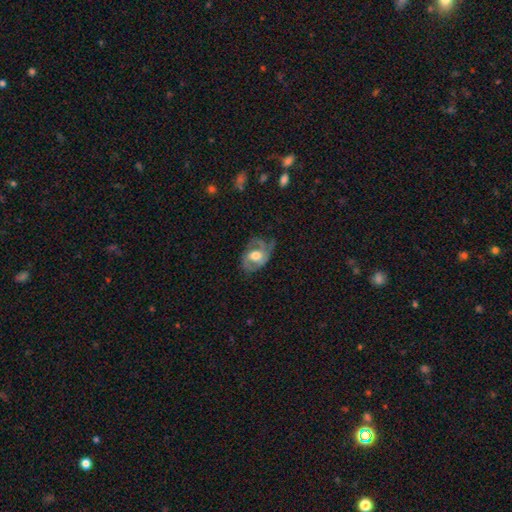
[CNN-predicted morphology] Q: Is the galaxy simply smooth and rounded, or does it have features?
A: featured or disk — 71%.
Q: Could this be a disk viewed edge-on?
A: no — 96%.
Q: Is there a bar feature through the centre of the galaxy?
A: no — 63%.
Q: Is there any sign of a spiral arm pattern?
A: yes — 83%.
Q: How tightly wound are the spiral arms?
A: medium — 45%.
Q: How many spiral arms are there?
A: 2 — 47%.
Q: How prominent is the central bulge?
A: moderate — 64%.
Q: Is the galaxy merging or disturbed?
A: none — 49%.